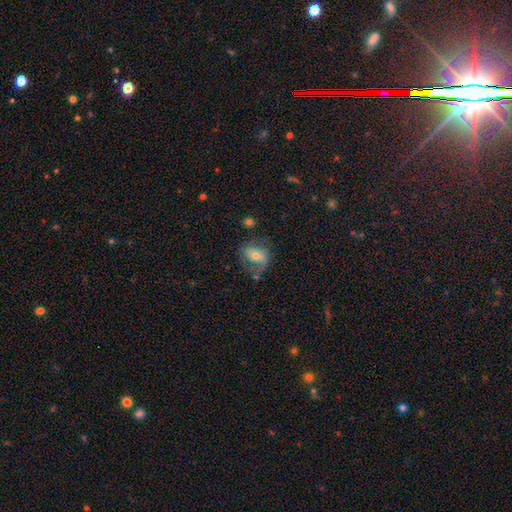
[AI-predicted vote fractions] Morphology: type=featured or disk (51%); edge-on=no (96%); merging=none (50%).